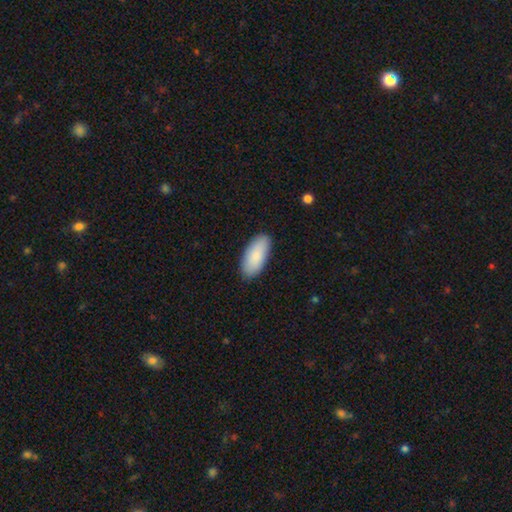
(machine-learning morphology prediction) This appears to be a smooth galaxy with no disk features (88%) that is in between round and cigar-shaped (89%). Merging: none (88%).